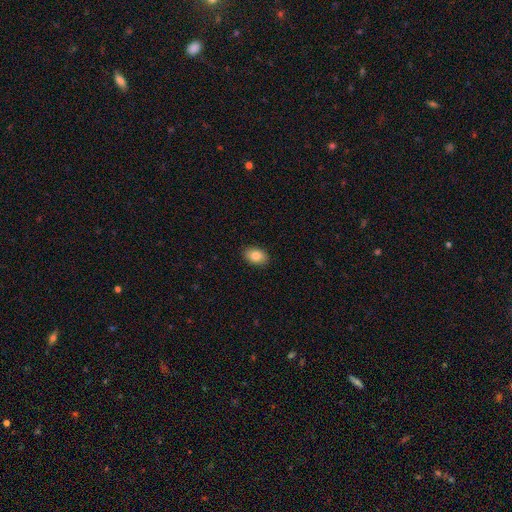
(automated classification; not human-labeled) Smooth or featured?
  - smooth: 86% *
  - star or artifact: 8%
  - featured or disk: 7%
How rounded?
  - in between: 86% *
  - round: 12%
  - cigar-shaped: 1%
Merging?
  - none: 89% *
  - minor disturbance: 8%
  - major disturbance: 2%
  - merger: 1%